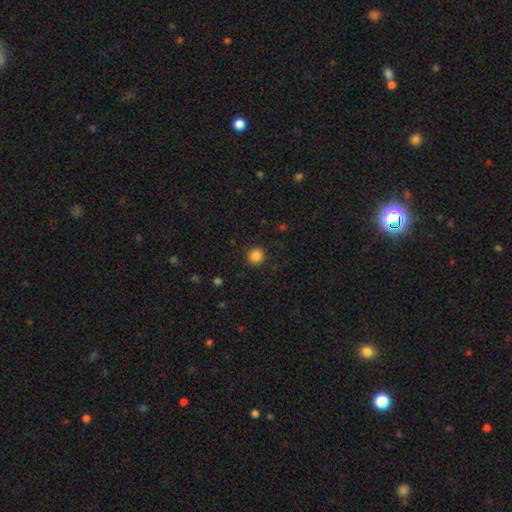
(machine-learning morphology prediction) Smooth or featured?
  - smooth: 86% *
  - star or artifact: 11%
  - featured or disk: 3%
How rounded?
  - round: 93% *
  - in between: 6%
  - cigar-shaped: 1%
Merging?
  - none: 92% *
  - minor disturbance: 5%
  - major disturbance: 2%
  - merger: 1%